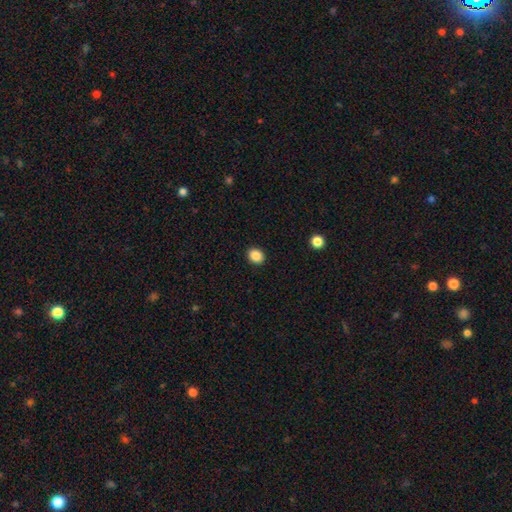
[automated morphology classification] Smooth or featured? smooth (88%)
How rounded? round (54%)
Merging? none (91%)